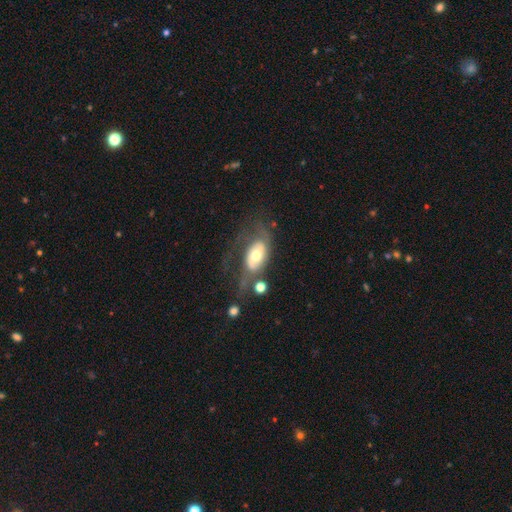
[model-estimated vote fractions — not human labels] Smooth or featured? Predicted: featured or disk (p=0.55). Edge-on disk? Predicted: no (p=0.91). Merging? Predicted: major disturbance (p=0.39).